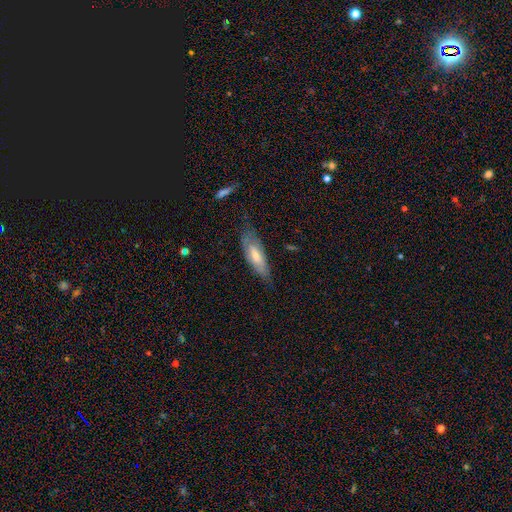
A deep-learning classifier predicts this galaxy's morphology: smooth-or-featured: smooth: 59% | featured or disk: 35% | star or artifact: 6%
  how-rounded: in between: 57% | cigar-shaped: 41% | round: 2%
  merging: none: 64% | minor disturbance: 26% | major disturbance: 8% | merger: 2%